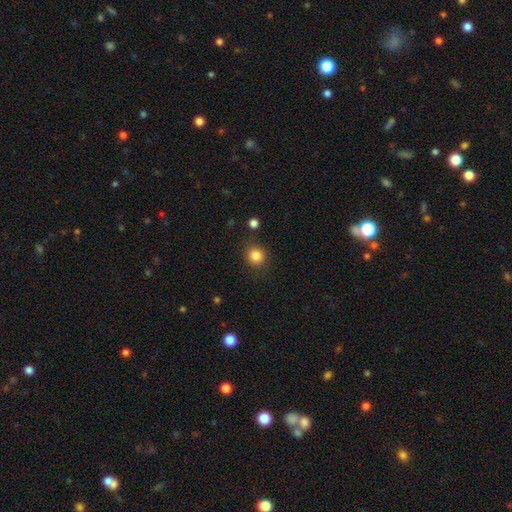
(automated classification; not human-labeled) A smooth galaxy with no disk features (84%) that is round (86%). Merging: none (85%).